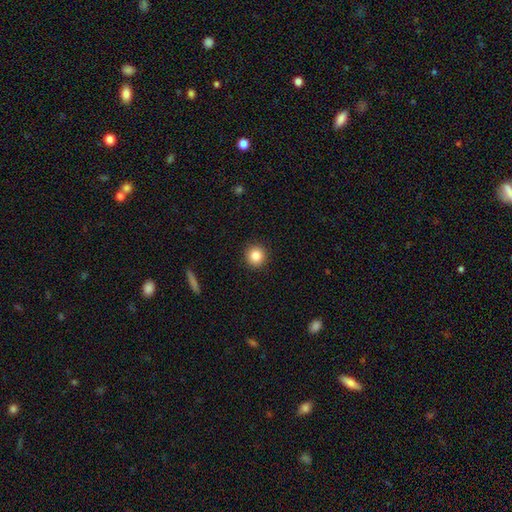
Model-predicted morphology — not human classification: Smooth or featured: smooth — 85% (star or artifact — 10%)
How rounded: round — 93% (in between — 6%)
Merging: none — 92% (minor disturbance — 5%)